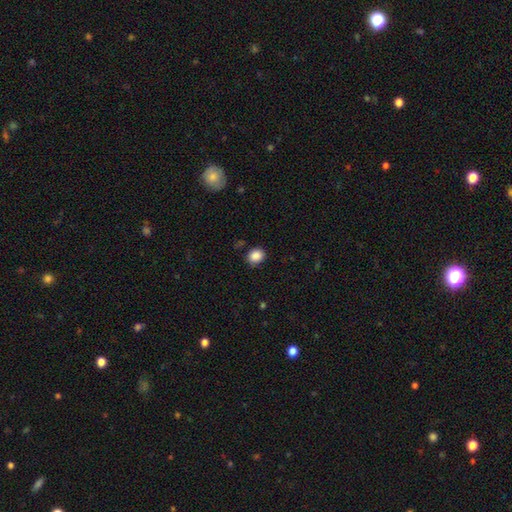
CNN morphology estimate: A smooth galaxy with no disk features (87%) that is round (69%). Merging: none (84%).